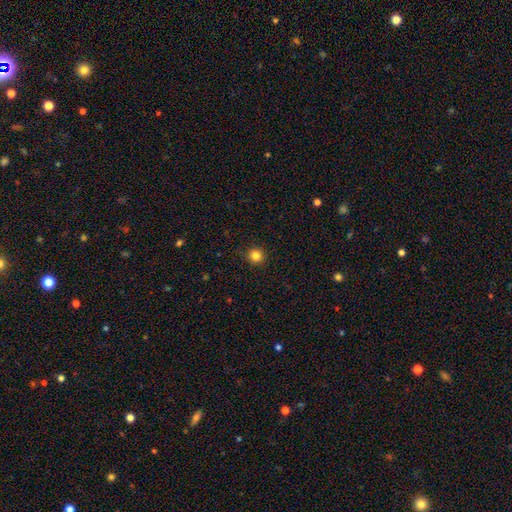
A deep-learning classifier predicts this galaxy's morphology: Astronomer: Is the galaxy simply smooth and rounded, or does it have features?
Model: smooth — 84%.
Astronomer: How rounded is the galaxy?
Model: round — 94%.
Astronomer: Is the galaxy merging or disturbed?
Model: none — 90%.